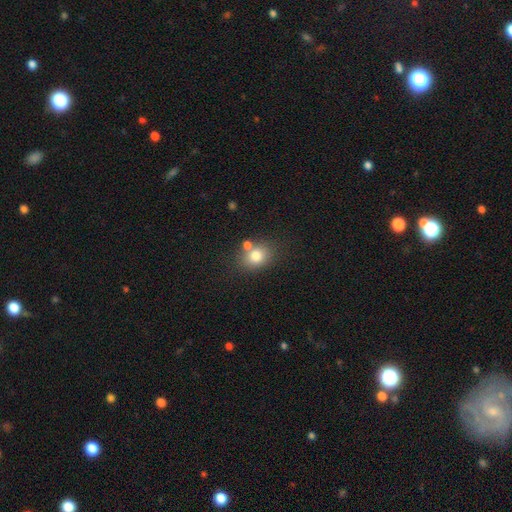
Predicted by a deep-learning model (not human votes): Smooth or featured?
  - smooth: 78% *
  - star or artifact: 11%
  - featured or disk: 11%
How rounded?
  - round: 51% *
  - in between: 48%
  - cigar-shaped: 1%
Merging?
  - none: 66% *
  - merger: 18%
  - minor disturbance: 13%
  - major disturbance: 4%